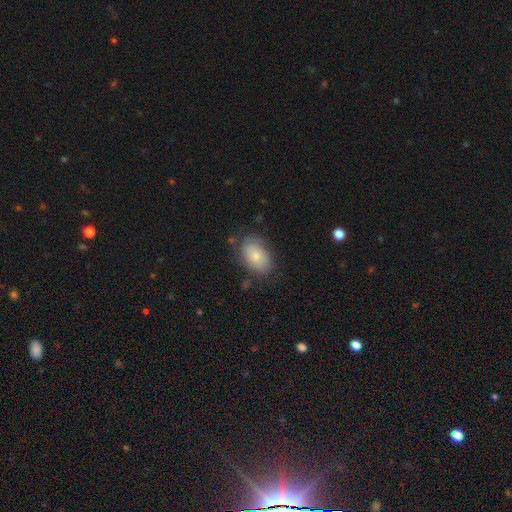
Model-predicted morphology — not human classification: A smooth galaxy with no disk features (76%) that is in between round and cigar-shaped (88%). Merging: none (72%).